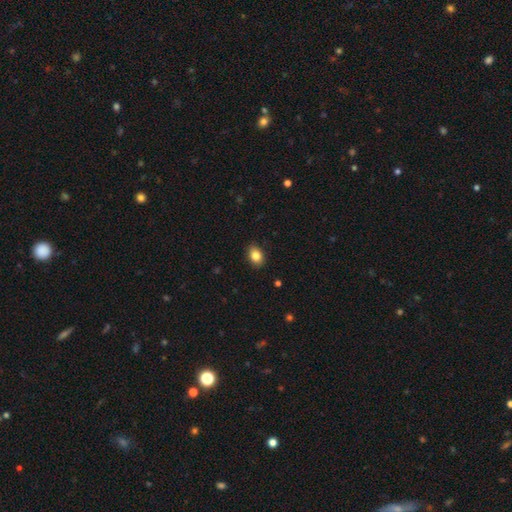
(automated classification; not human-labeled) Q: Smooth or featured?
A: smooth (85%); runner-up: star or artifact (9%)
Q: How rounded?
A: in between (74%); runner-up: round (25%)
Q: Merging?
A: none (88%); runner-up: minor disturbance (9%)